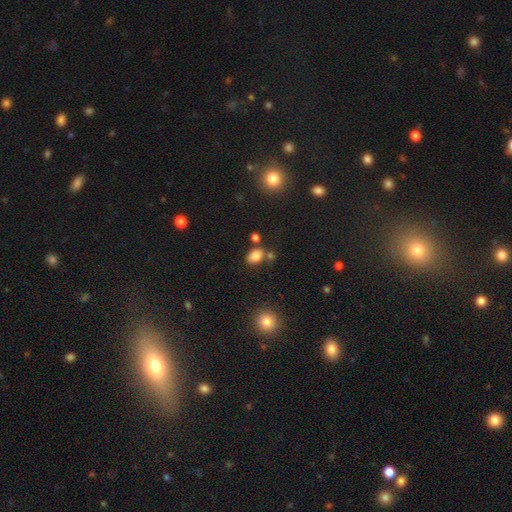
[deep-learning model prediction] Smooth or featured? Predicted: smooth (p=0.80). How rounded? Predicted: in between (p=0.77). Merging? Predicted: none (p=0.67).